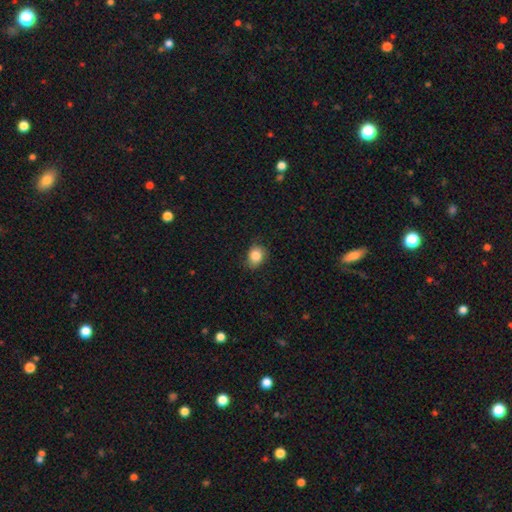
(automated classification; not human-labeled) Q: Smooth or featured?
A: smooth (85%); runner-up: star or artifact (9%)
Q: How rounded?
A: round (53%); runner-up: in between (46%)
Q: Merging?
A: none (76%); runner-up: minor disturbance (19%)